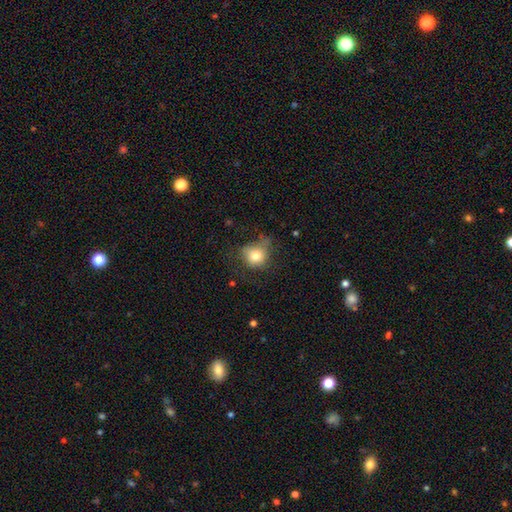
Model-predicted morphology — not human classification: Smooth or featured? smooth (76%)
How rounded? round (76%)
Merging? none (54%)